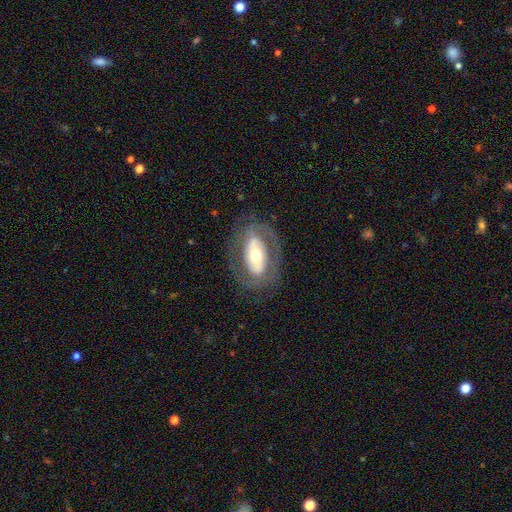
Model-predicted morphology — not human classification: Overall: featured or disk (68%). Edge-on disk: no (91%). Bar: no (44%; strong 32%). Spiral arms: yes (56%; no 44%). Bulge size: moderate (55%; small 29%). Merging: none (76%).